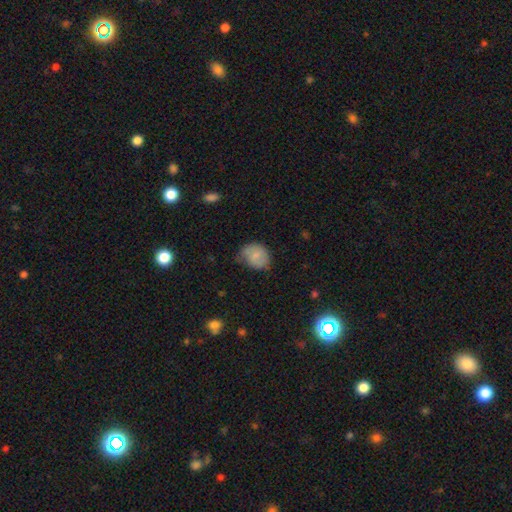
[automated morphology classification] Smooth or featured? smooth (68%)
How rounded? round (56%)
Merging? none (50%)